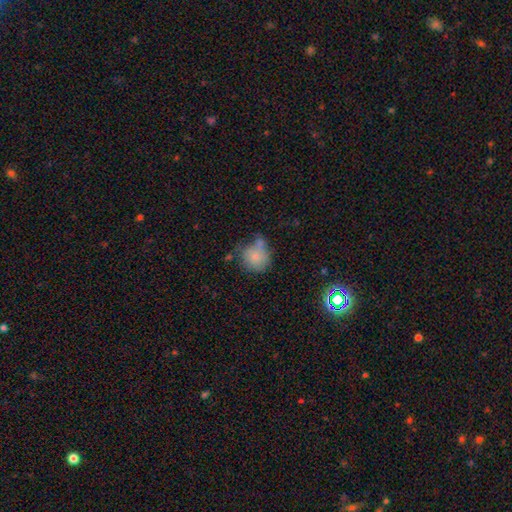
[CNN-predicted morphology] Smooth or featured?
  - smooth: 77% *
  - featured or disk: 13%
  - star or artifact: 9%
How rounded?
  - round: 78% *
  - in between: 21%
  - cigar-shaped: 1%
Merging?
  - none: 46% *
  - minor disturbance: 24%
  - merger: 20%
  - major disturbance: 10%